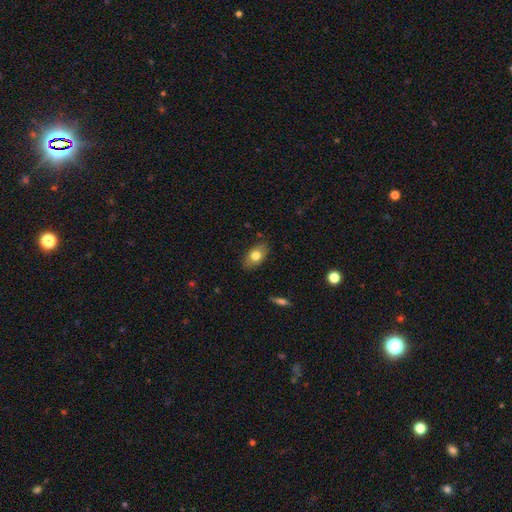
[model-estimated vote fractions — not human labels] smooth-or-featured: smooth: 75% | featured or disk: 17% | star or artifact: 8%
  how-rounded: in between: 87% | round: 10% | cigar-shaped: 3%
  merging: none: 83% | minor disturbance: 13% | major disturbance: 3% | merger: 1%